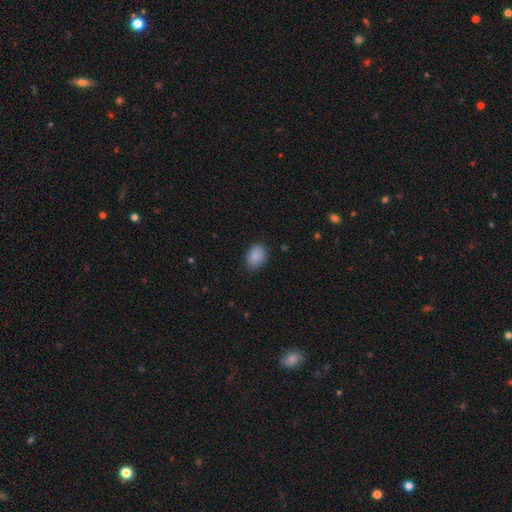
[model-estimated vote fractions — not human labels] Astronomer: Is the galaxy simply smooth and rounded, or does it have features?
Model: smooth — 89%.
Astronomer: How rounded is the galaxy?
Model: in between — 70%.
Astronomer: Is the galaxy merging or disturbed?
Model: none — 82%.